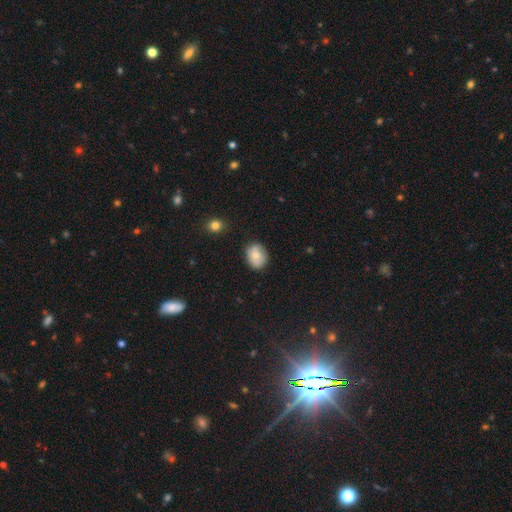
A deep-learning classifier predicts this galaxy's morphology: The model was most divided on "how rounded": in between: 51%, round: 48%, cigar-shaped: 1%. More confident: merging — none (77%); smooth or featured — smooth (72%).